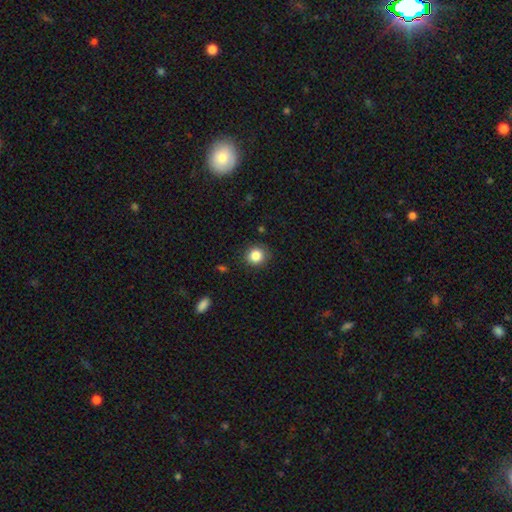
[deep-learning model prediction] Smooth or featured? smooth (85%)
How rounded? round (88%)
Merging? none (85%)